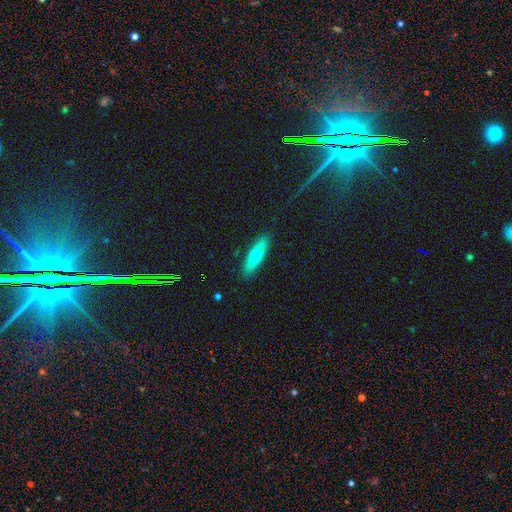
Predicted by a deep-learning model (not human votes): Smooth or featured?
  - smooth: 56% *
  - featured or disk: 38%
  - star or artifact: 6%
How rounded?
  - cigar-shaped: 69% *
  - in between: 28%
  - round: 3%
Merging?
  - none: 89% *
  - minor disturbance: 8%
  - major disturbance: 2%
  - merger: 1%